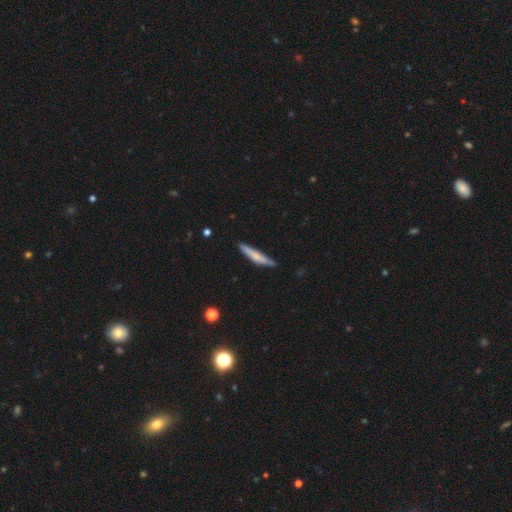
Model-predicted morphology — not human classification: This appears to be a smooth galaxy with no disk features (63%) that is cigar-shaped (93%). Merging: none (81%).